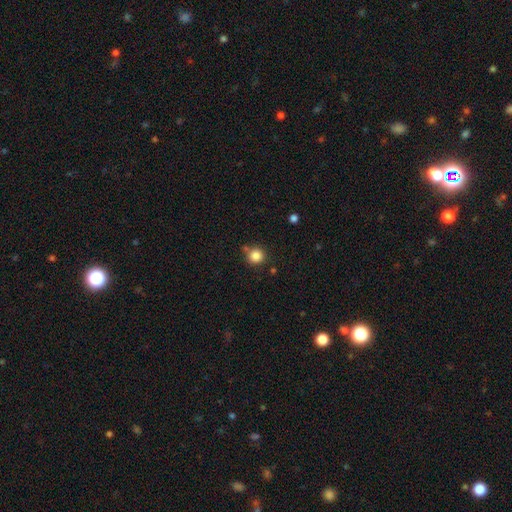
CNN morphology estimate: The model was most divided on "merging": none: 77%, minor disturbance: 11%, merger: 9%, major disturbance: 3%. More confident: how rounded — round (93%); smooth or featured — smooth (85%).